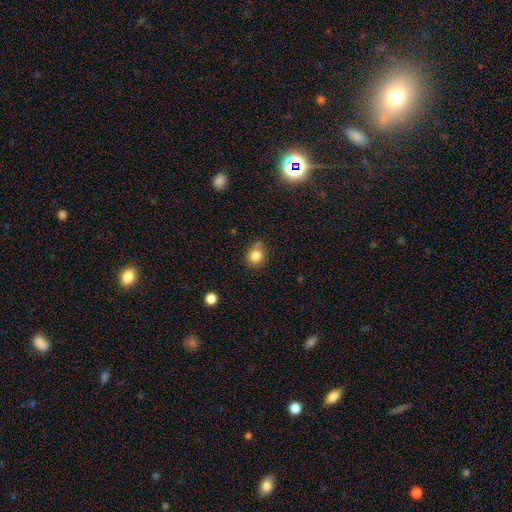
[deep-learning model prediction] smooth-or-featured: smooth: 82% | star or artifact: 11% | featured or disk: 7%
  how-rounded: round: 74% | in between: 25% | cigar-shaped: 1%
  merging: none: 67% | minor disturbance: 22% | merger: 6% | major disturbance: 5%